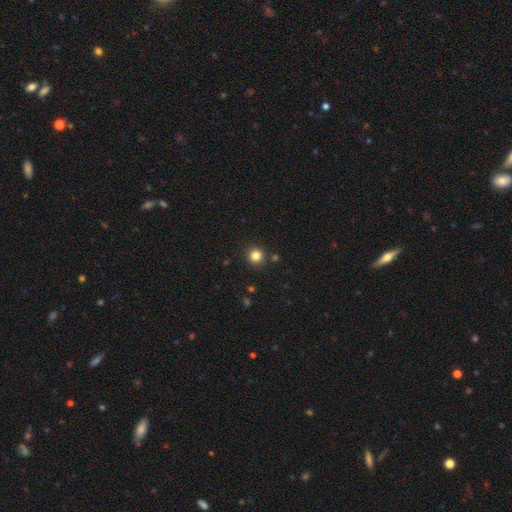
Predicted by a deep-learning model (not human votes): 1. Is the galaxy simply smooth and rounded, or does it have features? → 82% smooth, 13% star or artifact, 5% featured or disk.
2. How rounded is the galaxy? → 94% round, 5% in between, 1% cigar-shaped.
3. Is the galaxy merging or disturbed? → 90% none, 5% minor disturbance, 3% merger, 2% major disturbance.